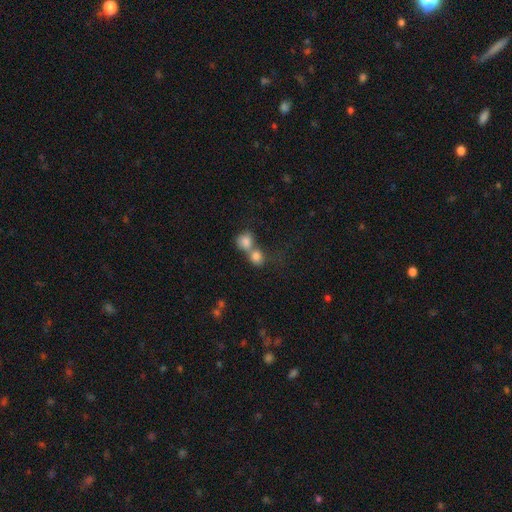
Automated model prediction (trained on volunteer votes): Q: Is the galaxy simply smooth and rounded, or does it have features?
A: smooth — 77%.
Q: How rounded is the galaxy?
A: round — 74%.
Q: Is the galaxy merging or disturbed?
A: merger — 62%.